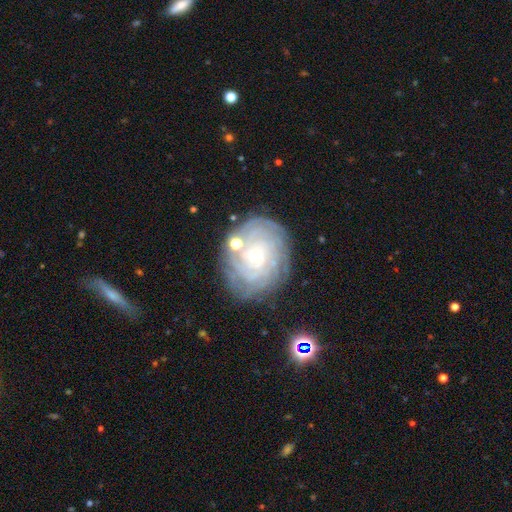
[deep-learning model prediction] Morphology: type=featured or disk (80%); edge-on=no (97%); bar=no (79%); spiral arms=yes (96%); winding=tight (84%); arm count=can't tell (32%); bulge=small (80%); merging=none (76%).